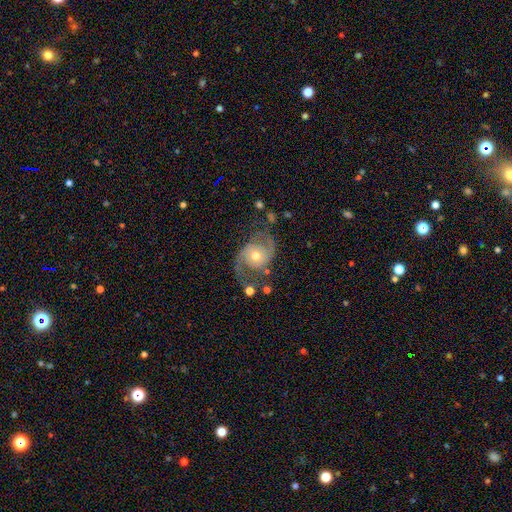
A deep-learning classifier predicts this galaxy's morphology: smooth-or-featured: featured or disk: 85% | smooth: 9% | star or artifact: 6%
  disk-edge-on: no: 97% | yes: 3%
    bar: no: 71% | weak: 24% | strong: 6%
    has-spiral-arms: yes: 95% | no: 5%
      spiral-winding: medium: 48% | loose: 35% | tight: 17%
      spiral-arm-count: 2: 91% | can't tell: 3% | 1: 2% | 3: 1% | 4: 1% | more than 4: 1%
    bulge-size: moderate: 64% | small: 30% | large: 4% | dominant: 1% | none: 1%
  merging: none: 64% | minor disturbance: 18% | major disturbance: 14% | merger: 4%